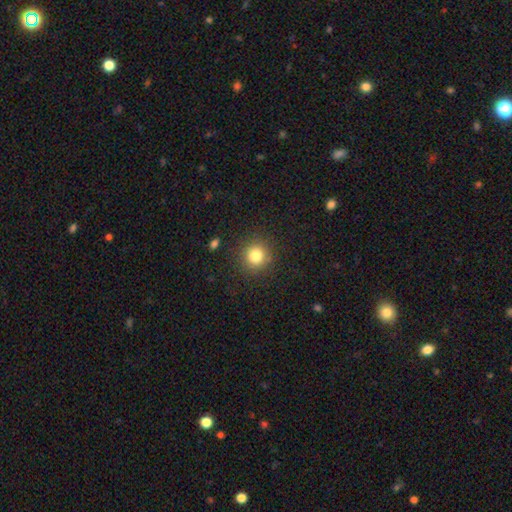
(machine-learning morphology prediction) Smooth or featured: smooth — 82% (star or artifact — 12%)
How rounded: round — 93% (in between — 6%)
Merging: none — 89% (minor disturbance — 7%)